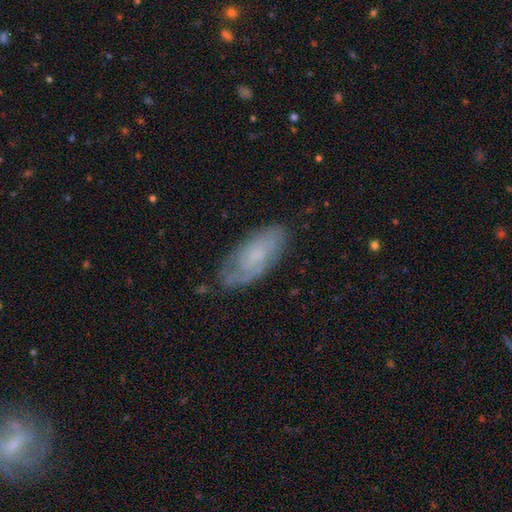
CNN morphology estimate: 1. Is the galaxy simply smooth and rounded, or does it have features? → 54% featured or disk, 38% smooth, 8% star or artifact.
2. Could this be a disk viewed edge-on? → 89% no, 11% yes.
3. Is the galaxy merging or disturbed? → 73% none, 20% minor disturbance, 6% major disturbance, 1% merger.